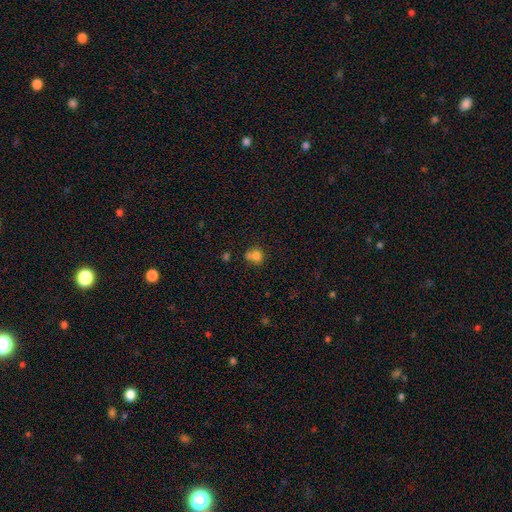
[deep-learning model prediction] Overall: smooth (76%). How rounded: round (68%; in between 31%). Merging: none (39%; merger 36%).